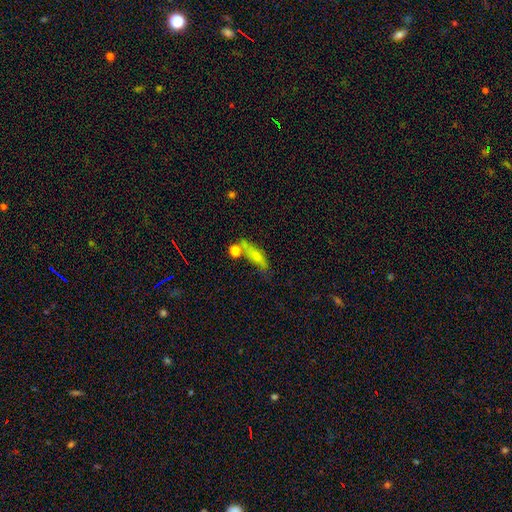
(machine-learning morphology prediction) Smooth or featured?
  - smooth: 52% *
  - featured or disk: 34%
  - star or artifact: 14%
How rounded?
  - cigar-shaped: 52% *
  - in between: 41%
  - round: 7%
Merging?
  - none: 47% *
  - merger: 21%
  - minor disturbance: 20%
  - major disturbance: 12%